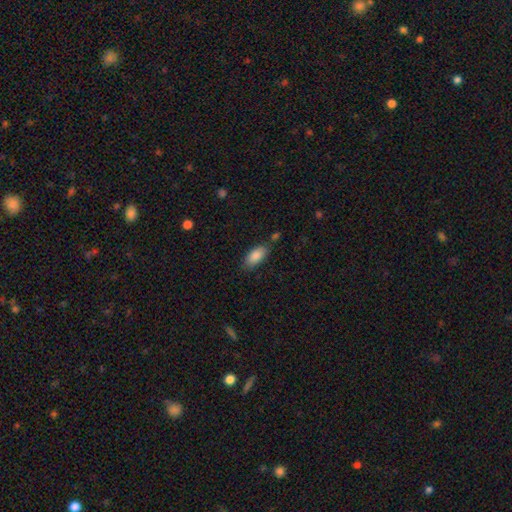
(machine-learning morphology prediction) The model was most divided on "merging": none: 77%, minor disturbance: 15%, merger: 5%, major disturbance: 3%. More confident: how rounded — in between (89%); smooth or featured — smooth (87%).